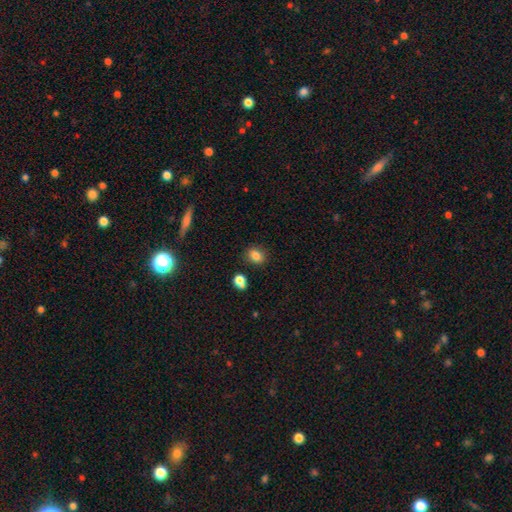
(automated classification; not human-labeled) smooth 83%, star or artifact 11%, featured or disk 7%. Down the decision tree: how rounded — in between (53%); merging — none (82%).